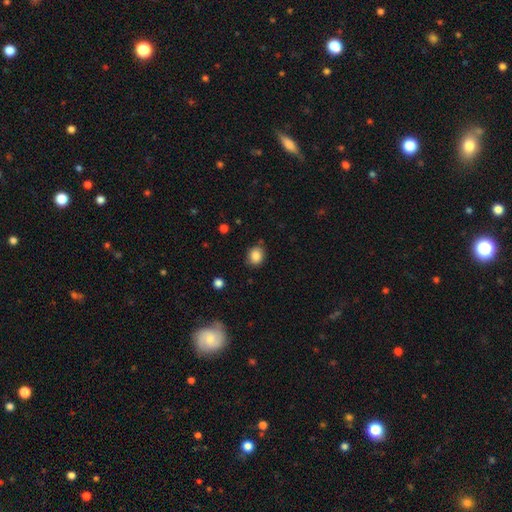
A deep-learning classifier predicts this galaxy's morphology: smooth_or_featured: smooth (p=0.86) [alt: star or artifact p=0.09]
how_rounded: round (p=0.62) [alt: in between p=0.37]
merging: none (p=0.79) [alt: minor disturbance p=0.15]